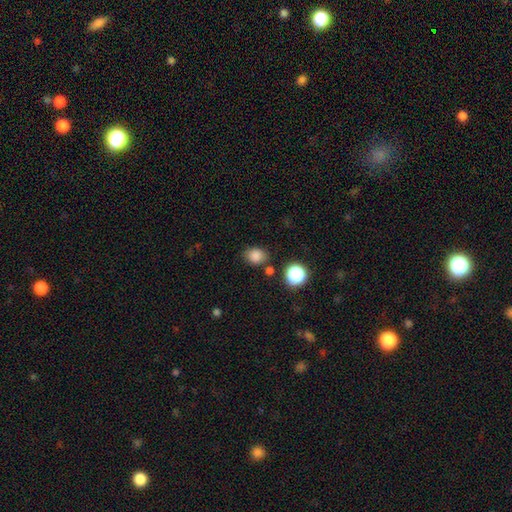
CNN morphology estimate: Smooth or featured? smooth (83%)
How rounded? in between (52%)
Merging? none (77%)